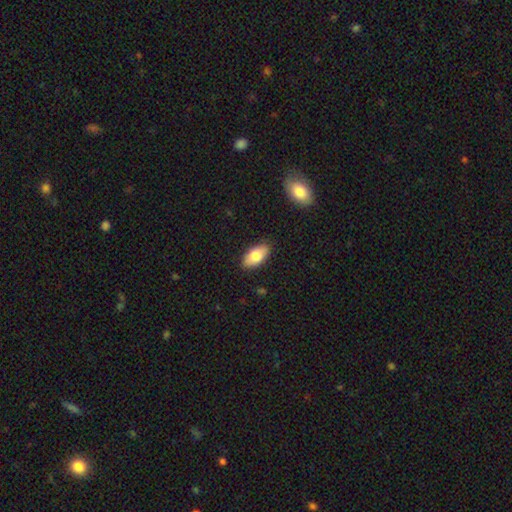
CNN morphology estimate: type=smooth (78%); roundness=in between (93%); merging=none (88%).